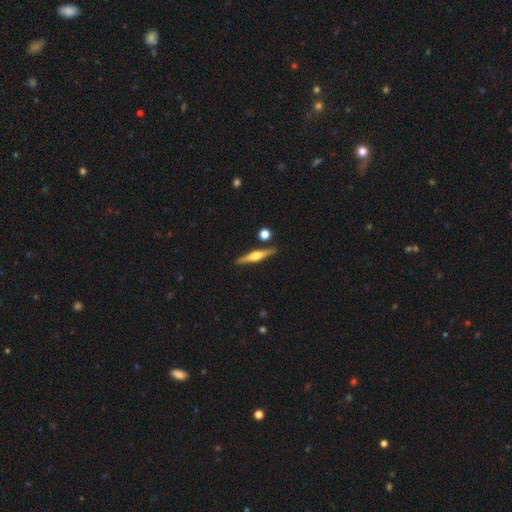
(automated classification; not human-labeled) smooth-or-featured: featured or disk: 71% | smooth: 23% | star or artifact: 6%
  disk-edge-on: yes: 98% | no: 2%
    edge-on-bulge: rounded: 89% | boxy: 7% | none: 3%
  merging: none: 87% | minor disturbance: 7% | merger: 4% | major disturbance: 2%